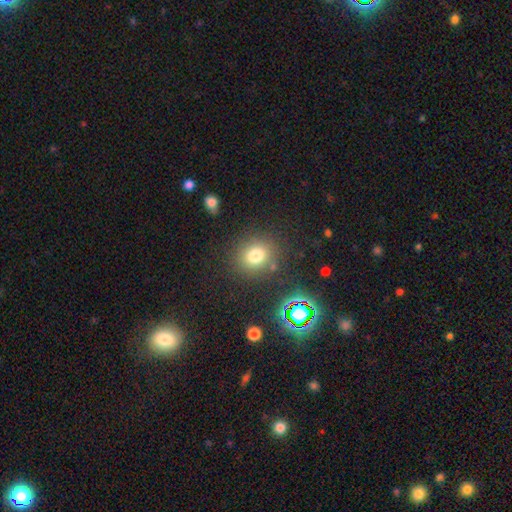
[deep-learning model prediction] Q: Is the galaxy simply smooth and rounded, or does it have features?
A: smooth — 76%.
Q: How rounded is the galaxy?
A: round — 77%.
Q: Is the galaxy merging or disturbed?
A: none — 82%.